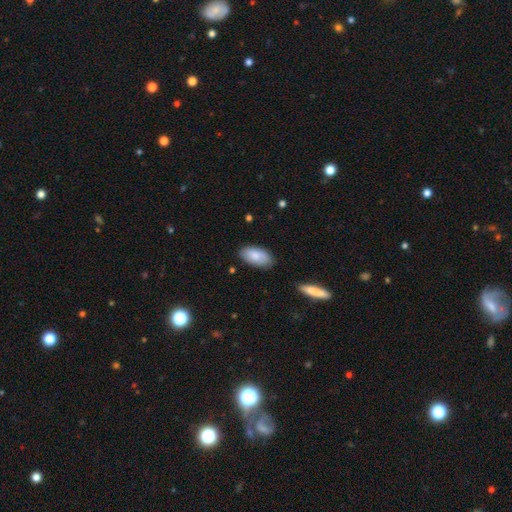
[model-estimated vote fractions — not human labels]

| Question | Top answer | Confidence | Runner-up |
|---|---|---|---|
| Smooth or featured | smooth | 82% | featured or disk (12%) |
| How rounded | in between | 94% | cigar-shaped (3%) |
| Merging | none | 82% | minor disturbance (14%) |